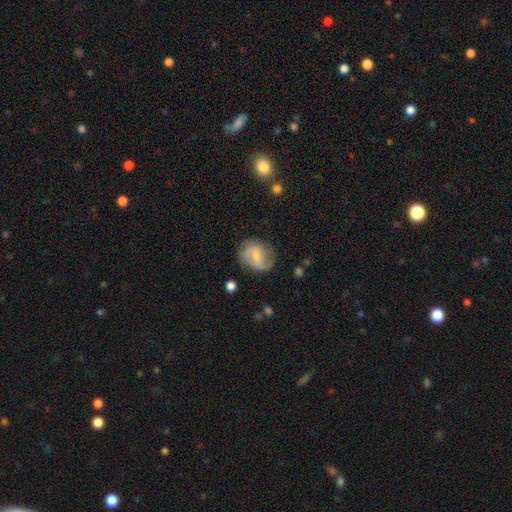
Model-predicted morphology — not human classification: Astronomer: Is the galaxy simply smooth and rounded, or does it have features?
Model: featured or disk — 53% (runner-up: smooth, 40%).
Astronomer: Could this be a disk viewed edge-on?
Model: no — 97%.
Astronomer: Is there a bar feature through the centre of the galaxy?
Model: weak — 53%.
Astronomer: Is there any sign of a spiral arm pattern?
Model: yes — 79%.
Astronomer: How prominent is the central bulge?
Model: small — 48% (runner-up: moderate, 42%).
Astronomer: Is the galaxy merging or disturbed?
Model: none — 69%.